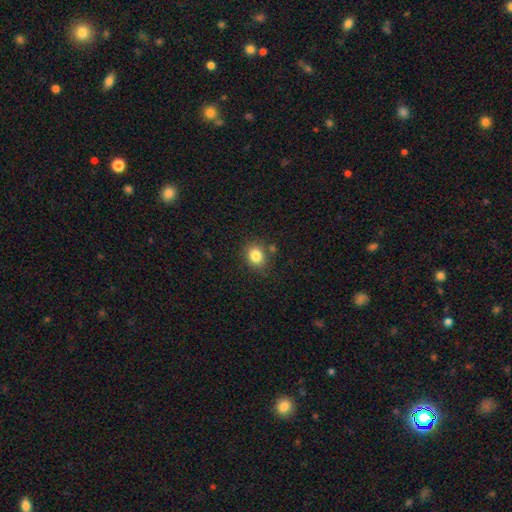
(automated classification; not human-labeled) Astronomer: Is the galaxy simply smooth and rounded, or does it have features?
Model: smooth — 83%.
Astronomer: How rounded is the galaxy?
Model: round — 66%.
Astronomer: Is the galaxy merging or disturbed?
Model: none — 78%.